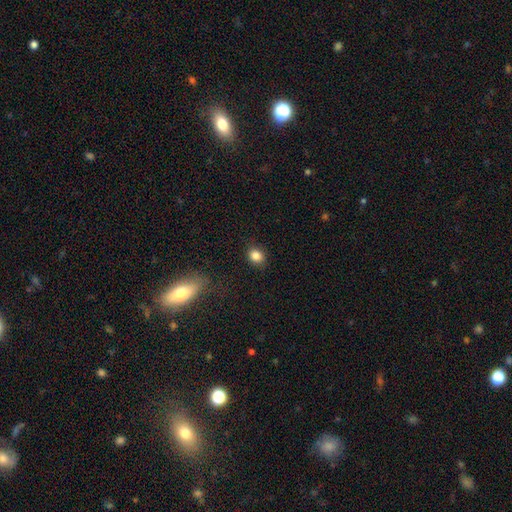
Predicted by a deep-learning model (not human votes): Q: Smooth or featured?
A: smooth (85%); runner-up: star or artifact (10%)
Q: How rounded?
A: round (56%); runner-up: in between (43%)
Q: Merging?
A: none (86%); runner-up: minor disturbance (10%)